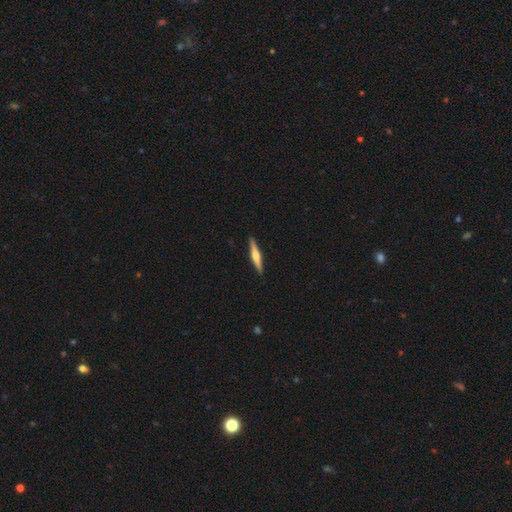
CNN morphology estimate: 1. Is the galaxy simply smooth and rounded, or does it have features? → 60% featured or disk, 35% smooth, 5% star or artifact.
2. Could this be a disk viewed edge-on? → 98% yes, 2% no.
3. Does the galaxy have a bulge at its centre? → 86% rounded, 8% boxy, 7% none.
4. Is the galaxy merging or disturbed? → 92% none, 6% minor disturbance, 1% major disturbance, 1% merger.